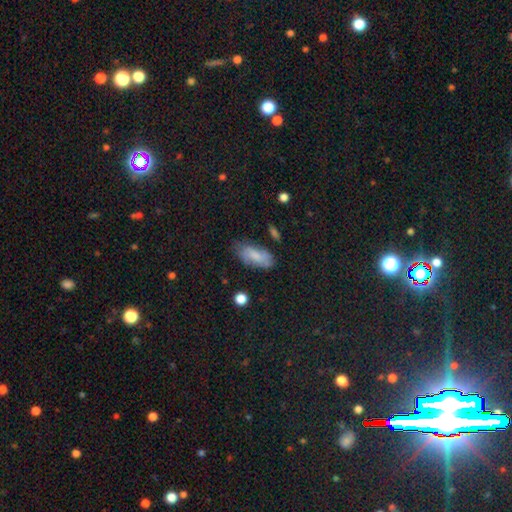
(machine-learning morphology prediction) A smooth galaxy with no disk features (69%) that is in between round and cigar-shaped (88%).

Vote fractions:
- Smooth or featured? smooth: 69% / featured or disk: 21% / star or artifact: 9%
- How rounded? in between: 88% / cigar-shaped: 9% / round: 3%
- Merging? none: 54% / minor disturbance: 30% / major disturbance: 11% / merger: 4%